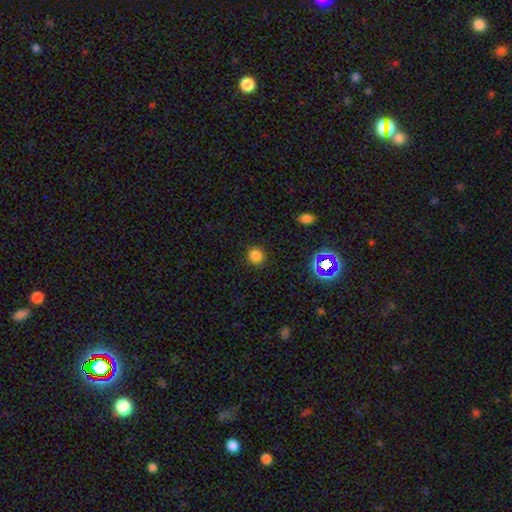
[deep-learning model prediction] Smooth or featured? smooth (79%)
How rounded? round (89%)
Merging? none (89%)